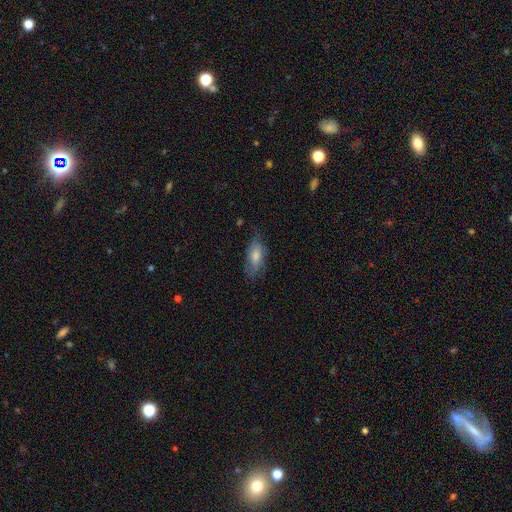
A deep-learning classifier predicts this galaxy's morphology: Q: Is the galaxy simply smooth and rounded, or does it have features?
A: smooth — 65%.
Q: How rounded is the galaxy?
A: in between — 84%.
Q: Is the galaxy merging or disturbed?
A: none — 60%.